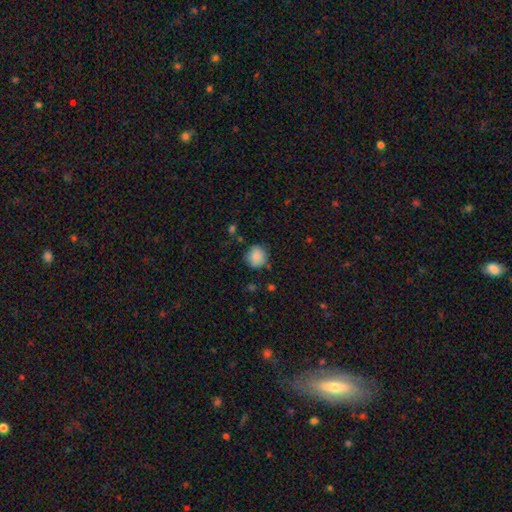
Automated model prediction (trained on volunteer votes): smooth_or_featured: smooth (p=0.83) [alt: star or artifact p=0.09]
how_rounded: round (p=0.89) [alt: in between p=0.10]
merging: none (p=0.80) [alt: minor disturbance p=0.15]